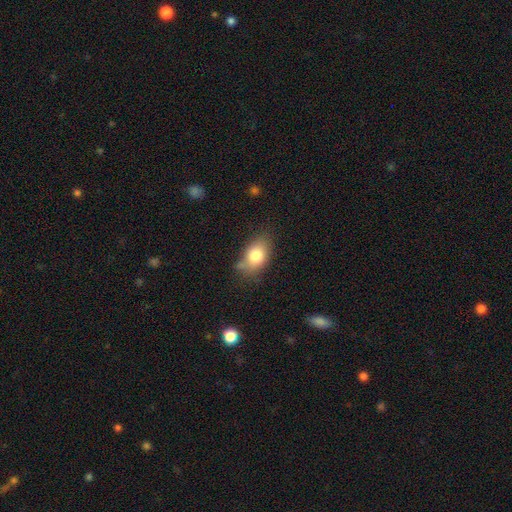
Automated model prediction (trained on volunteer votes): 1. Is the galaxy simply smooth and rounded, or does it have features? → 79% smooth, 13% featured or disk, 8% star or artifact.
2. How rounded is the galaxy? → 84% in between, 13% round, 3% cigar-shaped.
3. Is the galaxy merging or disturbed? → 58% none, 29% minor disturbance, 8% major disturbance, 5% merger.